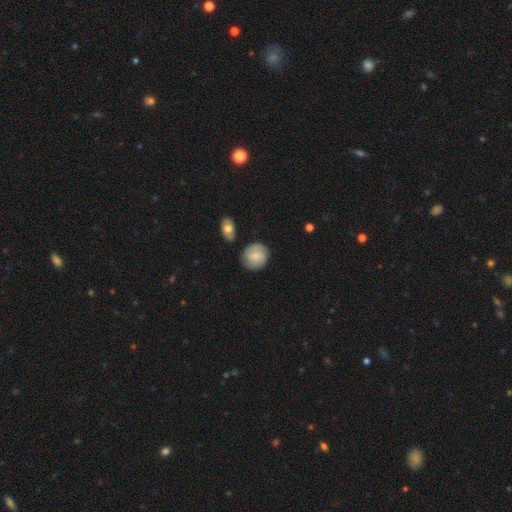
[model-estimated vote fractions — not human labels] A smooth galaxy with no disk features (67%) that is round (81%).

Vote fractions:
- Smooth or featured? smooth: 67% / featured or disk: 26% / star or artifact: 7%
- How rounded? round: 81% / in between: 18% / cigar-shaped: 1%
- Merging? none: 79% / minor disturbance: 14% / merger: 4% / major disturbance: 3%